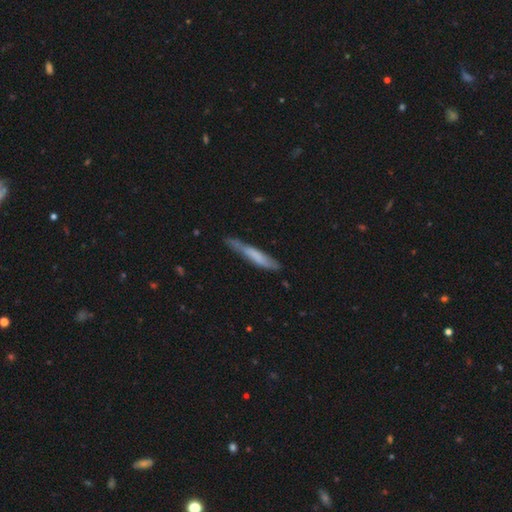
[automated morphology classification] A smooth galaxy with no disk features (59%) that is cigar-shaped (93%). Merging: none (63%).